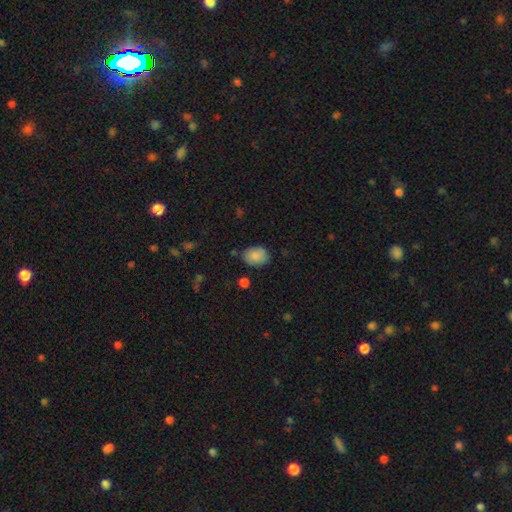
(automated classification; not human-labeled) Smooth or featured? smooth (84%)
How rounded? in between (75%)
Merging? none (76%)